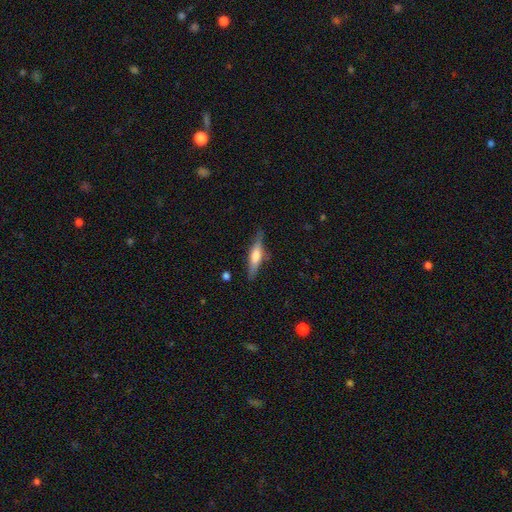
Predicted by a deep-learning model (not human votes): Smooth or featured: featured or disk — 53% (smooth — 41%)
Edge-on disk: yes — 94% (no — 6%)
Merging: none — 80% (minor disturbance — 14%)